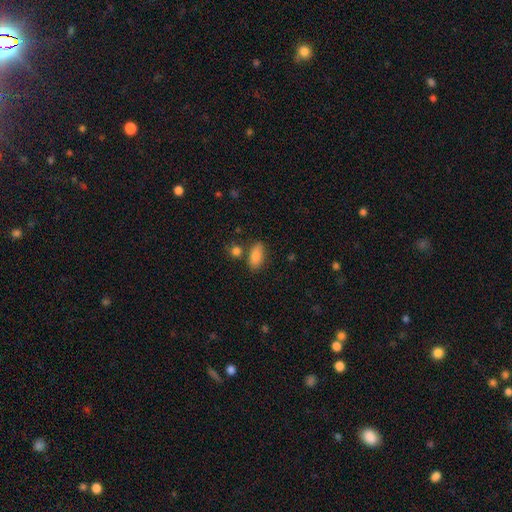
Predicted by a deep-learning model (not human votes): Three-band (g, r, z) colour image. It shows a smooth galaxy with no disk features (87%) that is in between round and cigar-shaped (88%). Merging: none (71%).